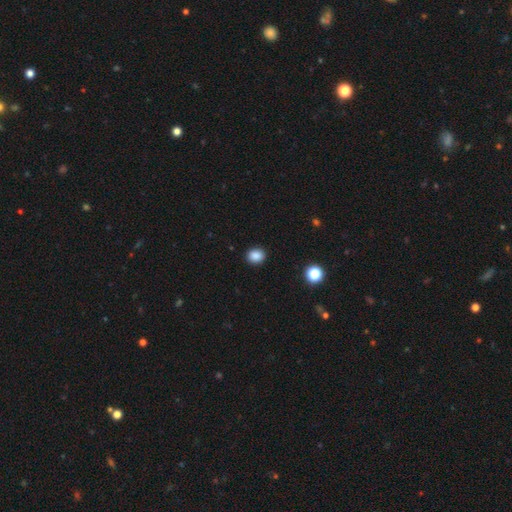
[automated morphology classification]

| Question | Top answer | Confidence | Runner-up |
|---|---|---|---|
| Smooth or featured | smooth | 86% | star or artifact (10%) |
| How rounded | round | 61% | in between (38%) |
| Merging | none | 91% | minor disturbance (6%) |